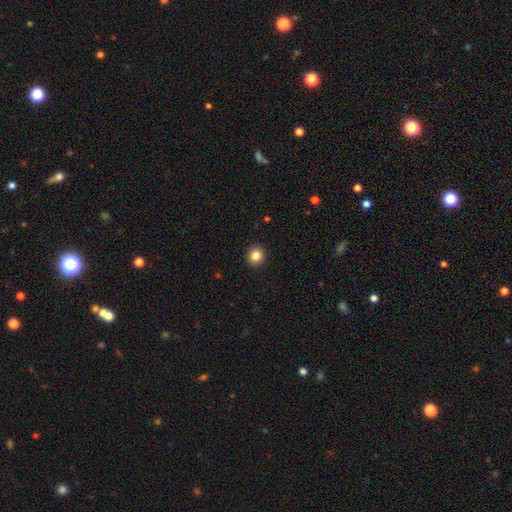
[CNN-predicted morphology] smooth_or_featured: smooth (p=0.84) [alt: star or artifact p=0.11]
how_rounded: round (p=0.89) [alt: in between p=0.10]
merging: none (p=0.93) [alt: minor disturbance p=0.05]